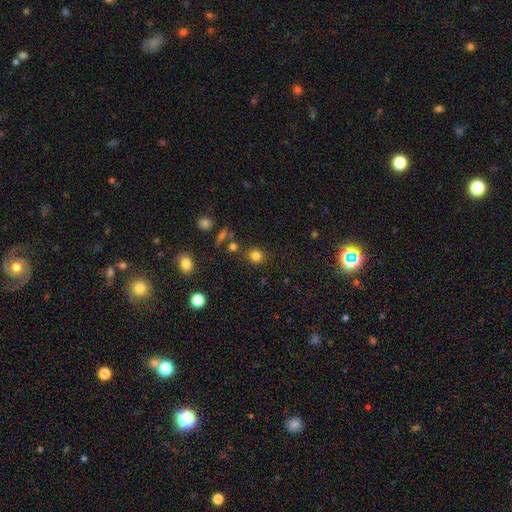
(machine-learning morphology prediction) Overall: smooth (81%). How rounded: round (82%). Merging: none (83%).